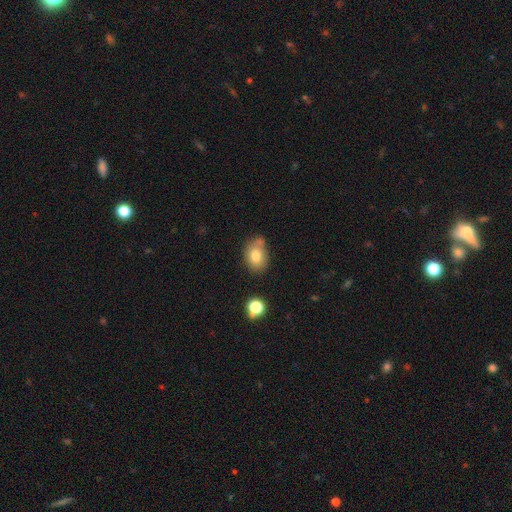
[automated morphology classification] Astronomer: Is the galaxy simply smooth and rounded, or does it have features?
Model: smooth — 78%.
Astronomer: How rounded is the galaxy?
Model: in between — 69%.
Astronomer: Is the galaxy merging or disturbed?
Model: none — 57%.